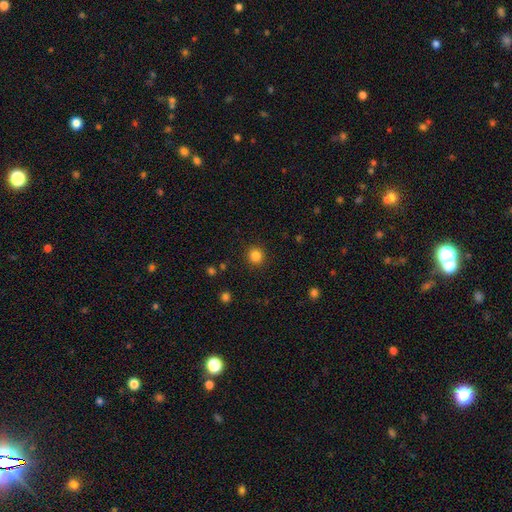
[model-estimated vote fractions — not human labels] A smooth galaxy with no disk features (84%) that is round (89%). Merging: none (91%).